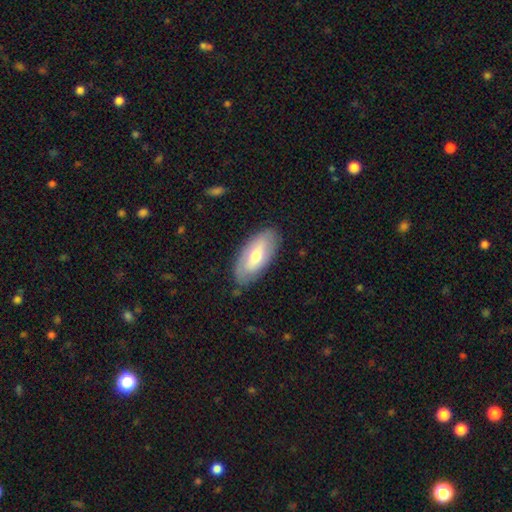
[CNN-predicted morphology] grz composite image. It shows a smooth galaxy with no disk features (54%) that is in between round and cigar-shaped (89%). Merging: none (82%).